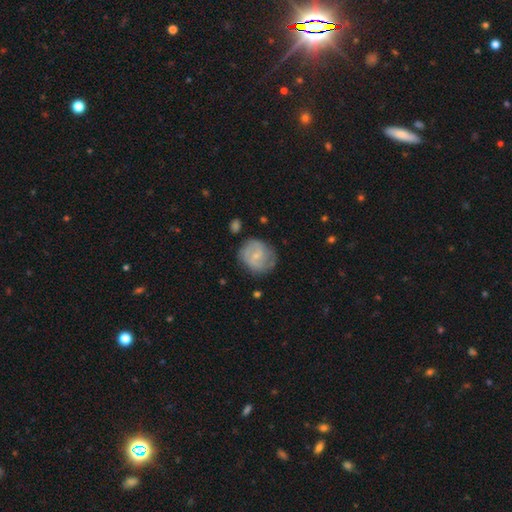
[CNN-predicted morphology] This appears to be a featured or disk galaxy (56%) with no bar (46%, tied with weak), spiral arms (81%) and a small central bulge (69%). Merging: none (69%).